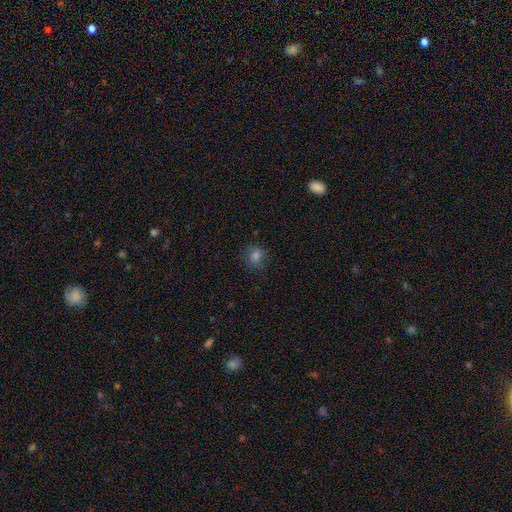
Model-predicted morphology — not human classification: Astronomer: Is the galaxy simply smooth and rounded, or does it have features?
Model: smooth — 74%.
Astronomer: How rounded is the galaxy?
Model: round — 75%.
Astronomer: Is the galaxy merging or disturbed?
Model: none — 81%.